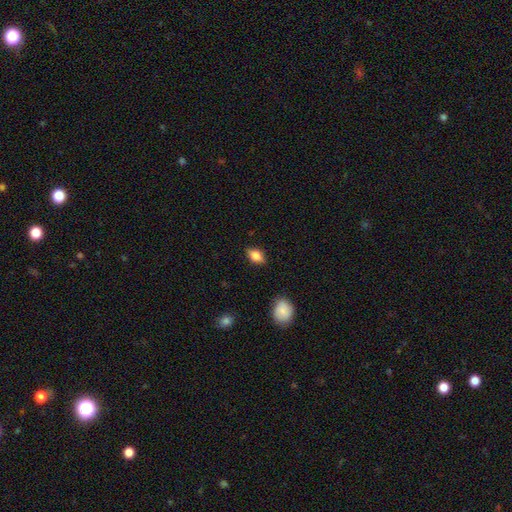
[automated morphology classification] smooth_or_featured: smooth (p=0.78) [alt: featured or disk p=0.14]
how_rounded: in between (p=0.82) [alt: round p=0.13]
merging: none (p=0.83) [alt: minor disturbance p=0.13]